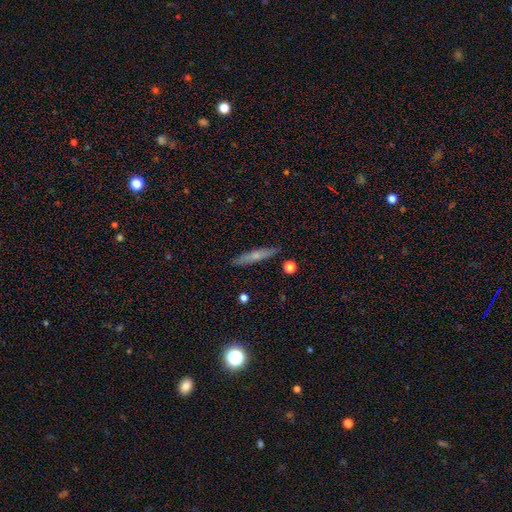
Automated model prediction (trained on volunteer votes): A smooth galaxy with no disk features (54%) that is cigar-shaped (91%).

Vote fractions:
- Smooth or featured? smooth: 54% / featured or disk: 39% / star or artifact: 7%
- How rounded? cigar-shaped: 91% / in between: 7% / round: 2%
- Merging? none: 88% / minor disturbance: 9% / major disturbance: 2% / merger: 2%